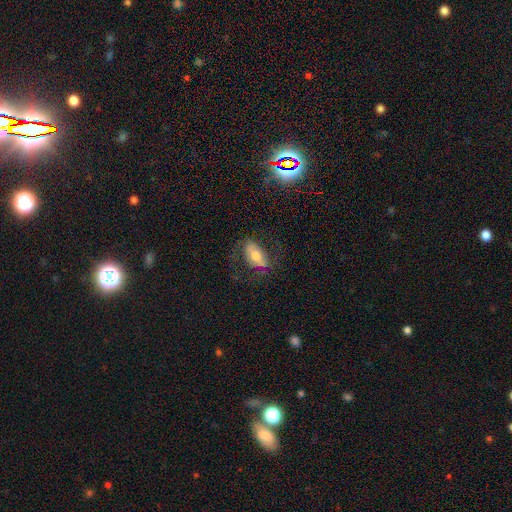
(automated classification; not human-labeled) Smooth or featured: smooth — 52% (featured or disk — 39%)
How rounded: in between — 87% (round — 7%)
Merging: none — 64% (minor disturbance — 19%)